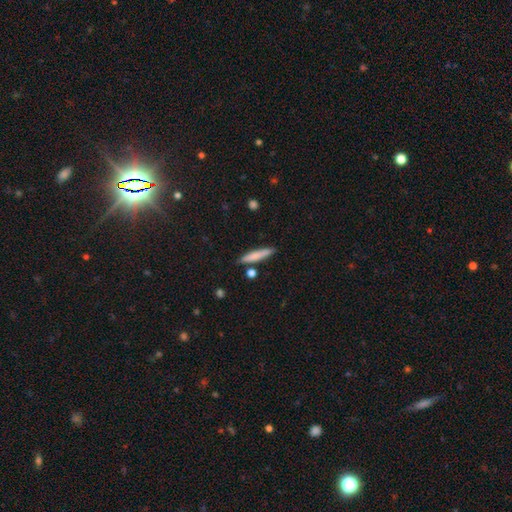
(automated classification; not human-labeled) A smooth galaxy with no disk features (75%) that is cigar-shaped (91%).

Vote fractions:
- Smooth or featured? smooth: 75% / featured or disk: 19% / star or artifact: 6%
- How rounded? cigar-shaped: 91% / in between: 8% / round: 2%
- Merging? none: 83% / minor disturbance: 10% / merger: 5% / major disturbance: 2%